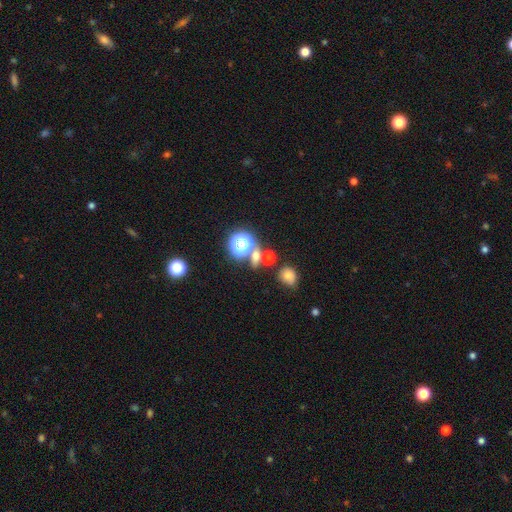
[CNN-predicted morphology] A smooth galaxy with no disk features (50%) that is round (69%).

Vote fractions:
- Smooth or featured? smooth: 50% / star or artifact: 39% / featured or disk: 11%
- How rounded? round: 69% / in between: 26% / cigar-shaped: 5%
- Merging? none: 64% / merger: 22% / minor disturbance: 9% / major disturbance: 5%